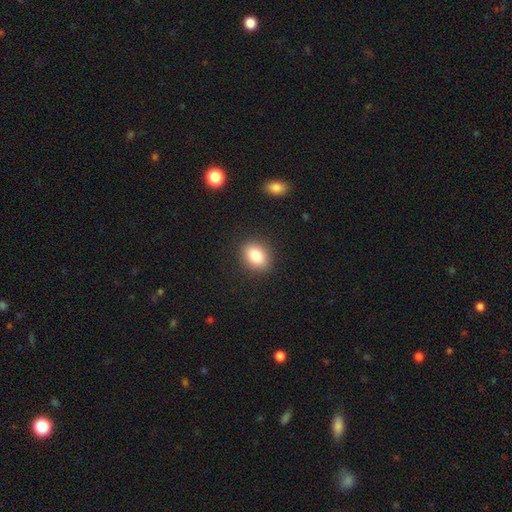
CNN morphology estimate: Overall: smooth (82%). How rounded: in between (51%; round 47%). Merging: none (89%).